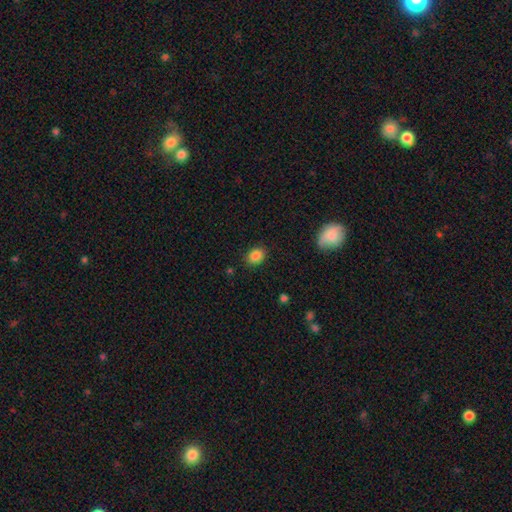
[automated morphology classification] Smooth or featured? Predicted: smooth (p=0.86). How rounded? Predicted: in between (p=0.59). Merging? Predicted: none (p=0.87).